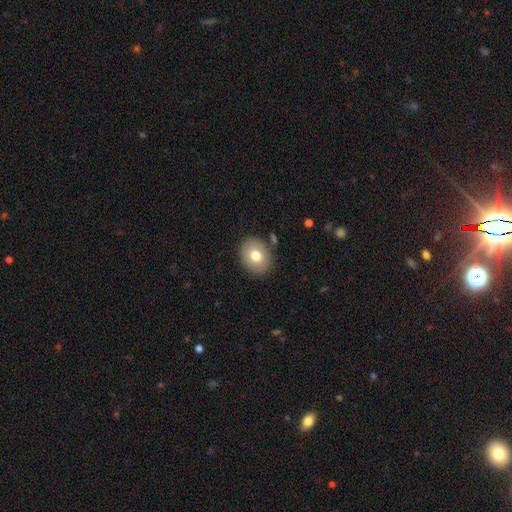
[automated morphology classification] A smooth galaxy with no disk features (75%) that is round (50%). Merging: none (86%).